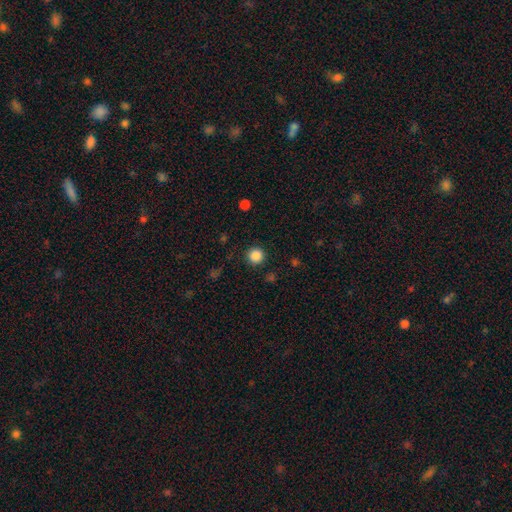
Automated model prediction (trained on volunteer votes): Smooth or featured: smooth — 87% (star or artifact — 10%)
How rounded: round — 95% (in between — 4%)
Merging: none — 91% (minor disturbance — 6%)